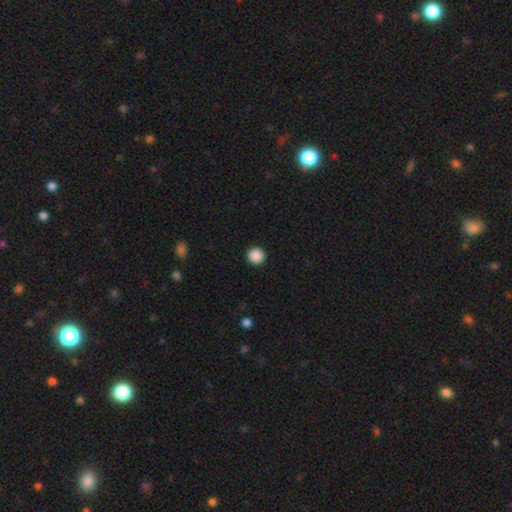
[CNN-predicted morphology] The model was most divided on "smooth or featured": smooth: 89%, star or artifact: 9%, featured or disk: 2%. More confident: how rounded — round (95%); merging — none (94%).